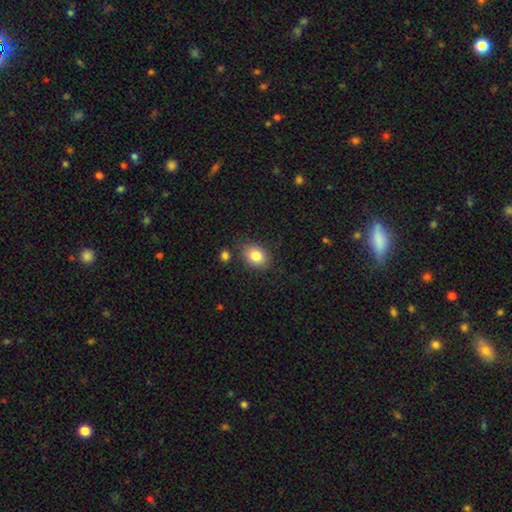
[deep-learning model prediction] smooth_or_featured: smooth (p=0.84) [alt: star or artifact p=0.08]
how_rounded: in between (p=0.65) [alt: round p=0.34]
merging: none (p=0.79) [alt: minor disturbance p=0.13]